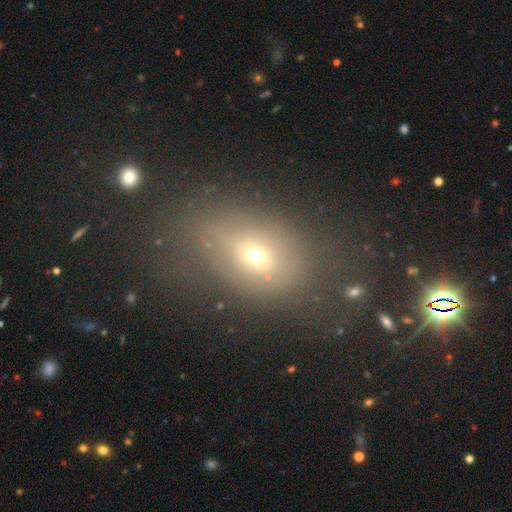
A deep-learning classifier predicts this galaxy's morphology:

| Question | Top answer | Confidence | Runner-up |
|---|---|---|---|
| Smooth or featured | smooth | 58% | featured or disk (21%) |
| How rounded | in between | 67% | round (30%) |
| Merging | none | 63% | minor disturbance (19%) |